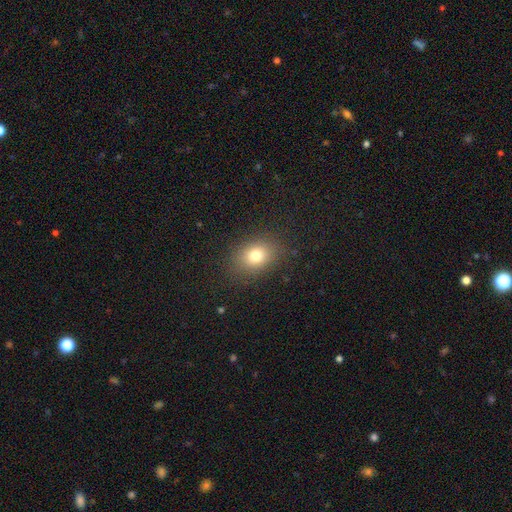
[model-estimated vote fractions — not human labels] A smooth galaxy with no disk features (77%) that is in between round and cigar-shaped (62%).

Vote fractions:
- Smooth or featured? smooth: 77% / star or artifact: 13% / featured or disk: 10%
- How rounded? in between: 62% / round: 37% / cigar-shaped: 1%
- Merging? none: 85% / minor disturbance: 10% / major disturbance: 4% / merger: 1%